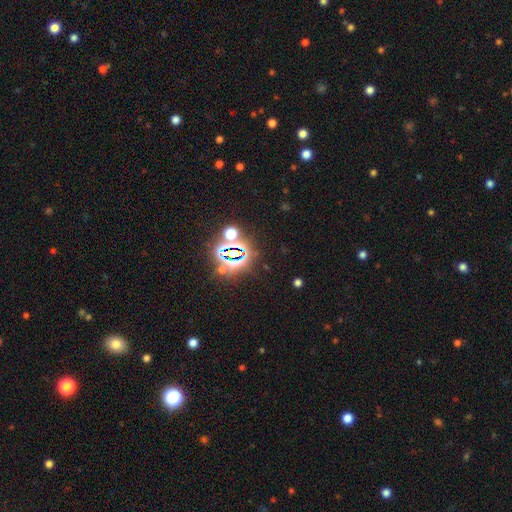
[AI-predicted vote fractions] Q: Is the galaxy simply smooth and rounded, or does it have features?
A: star or artifact — 81%.